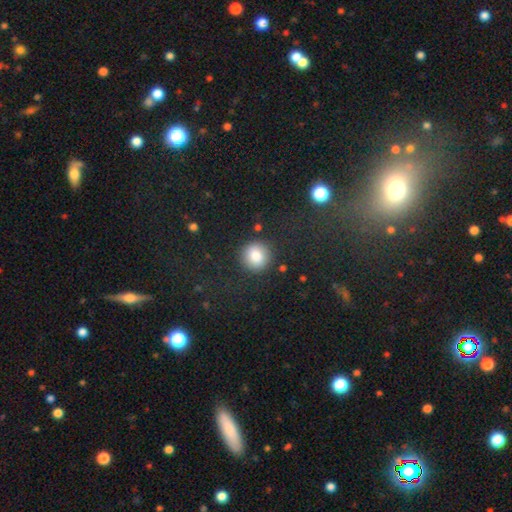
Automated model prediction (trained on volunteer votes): The model was most divided on "smooth or featured": smooth: 84%, star or artifact: 10%, featured or disk: 7%. More confident: how rounded — round (90%); merging — none (88%).